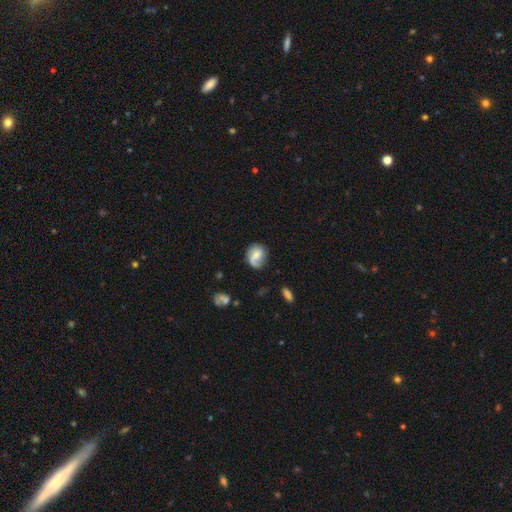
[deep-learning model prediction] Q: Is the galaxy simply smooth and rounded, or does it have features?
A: smooth — 47%.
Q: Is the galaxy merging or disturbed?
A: none — 61%.